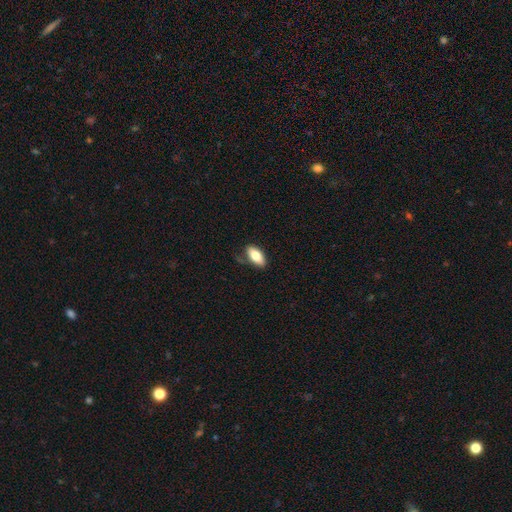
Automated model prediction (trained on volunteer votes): The model was most divided on "merging": none: 74%, minor disturbance: 19%, major disturbance: 5%, merger: 3%. More confident: how rounded — in between (89%); smooth or featured — smooth (79%).